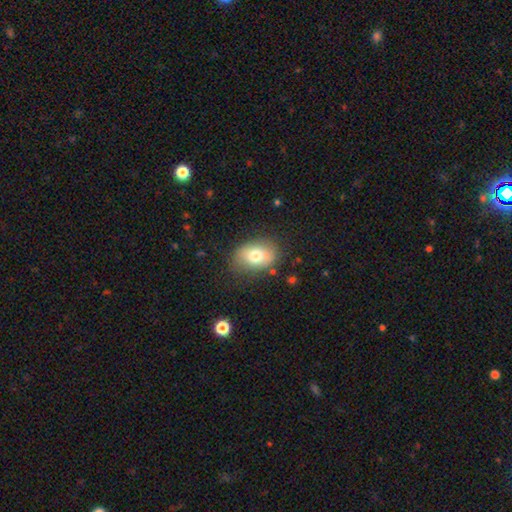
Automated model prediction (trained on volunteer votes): Smooth or featured? smooth (74%)
How rounded? in between (80%)
Merging? none (78%)